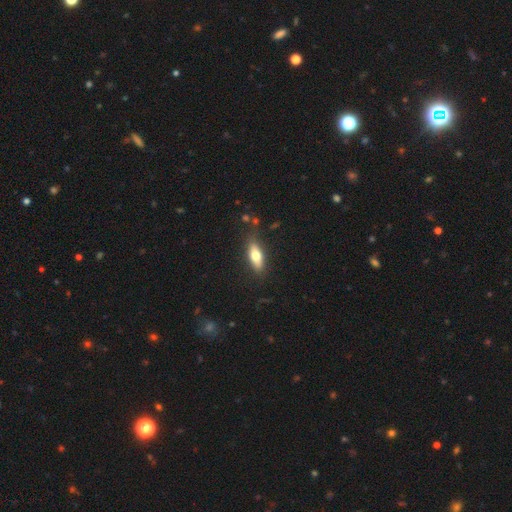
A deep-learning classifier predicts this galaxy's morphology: Smooth or featured?
  - smooth: 66% *
  - featured or disk: 28%
  - star or artifact: 7%
How rounded?
  - in between: 63% *
  - cigar-shaped: 34%
  - round: 3%
Merging?
  - none: 81% *
  - minor disturbance: 13%
  - major disturbance: 3%
  - merger: 2%